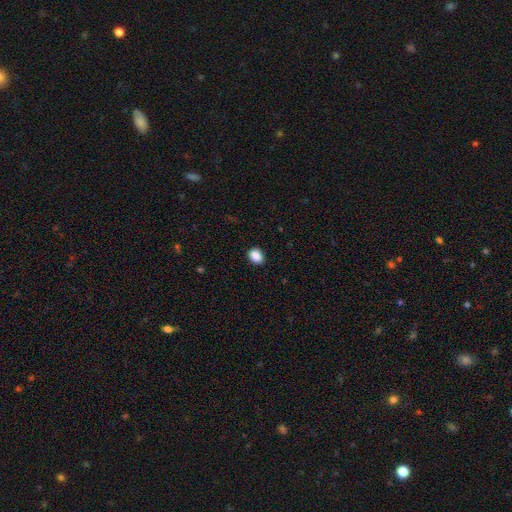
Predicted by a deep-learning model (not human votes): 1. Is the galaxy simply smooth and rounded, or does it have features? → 88% smooth, 9% star or artifact, 3% featured or disk.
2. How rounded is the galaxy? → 57% in between, 42% round, 1% cigar-shaped.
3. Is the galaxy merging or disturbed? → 89% none, 8% minor disturbance, 2% major disturbance, 1% merger.